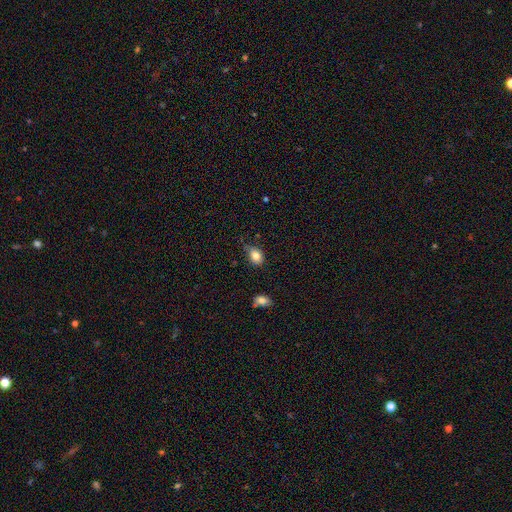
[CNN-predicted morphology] The model was most divided on "merging": none: 65%, minor disturbance: 28%, major disturbance: 5%, merger: 3%. More confident: smooth or featured — smooth (84%); how rounded — in between (78%).